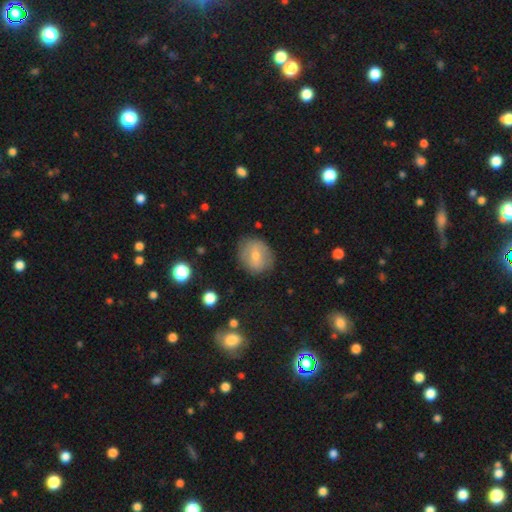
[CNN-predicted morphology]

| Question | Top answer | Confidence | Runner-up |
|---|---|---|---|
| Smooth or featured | smooth | 60% | featured or disk (32%) |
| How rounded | round | 61% | in between (38%) |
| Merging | none | 79% | minor disturbance (15%) |